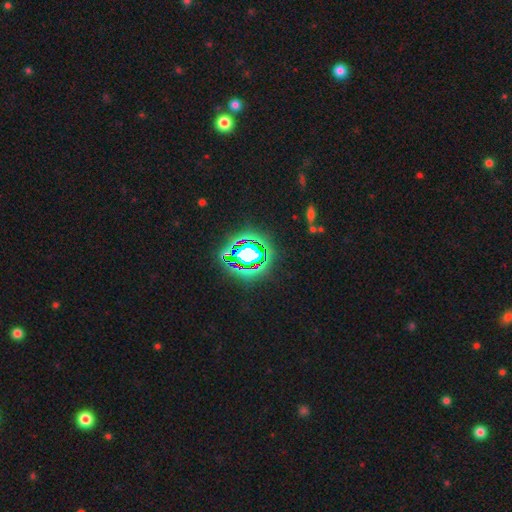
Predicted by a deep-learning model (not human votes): Smooth or featured: star or artifact — 80% (smooth — 11%)